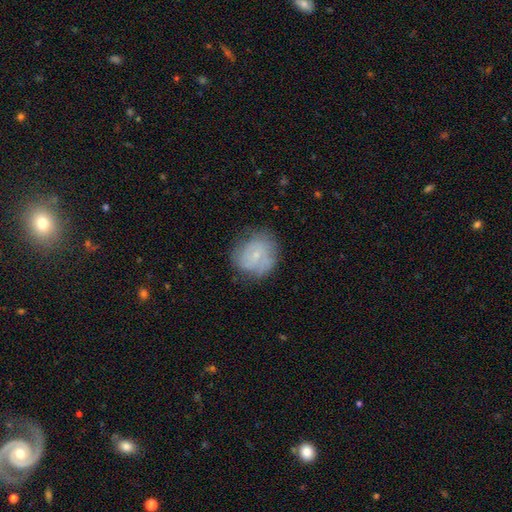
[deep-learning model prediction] smooth-or-featured: featured or disk: 46% | smooth: 45% | star or artifact: 9%
  merging: none: 65% | minor disturbance: 24% | major disturbance: 9% | merger: 2%